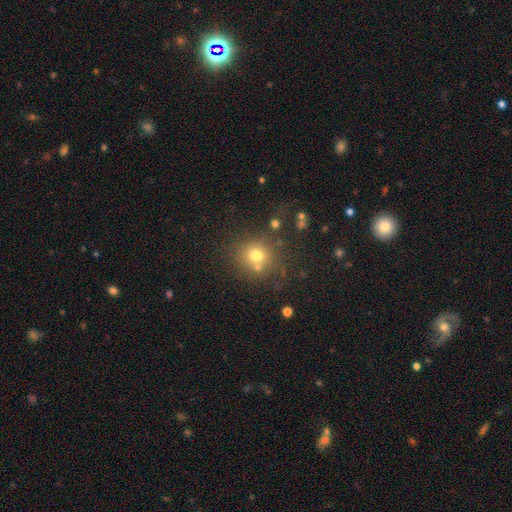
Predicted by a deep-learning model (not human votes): Smooth or featured? Predicted: smooth (p=0.70). How rounded? Predicted: round (p=0.88). Merging? Predicted: none (p=0.71).